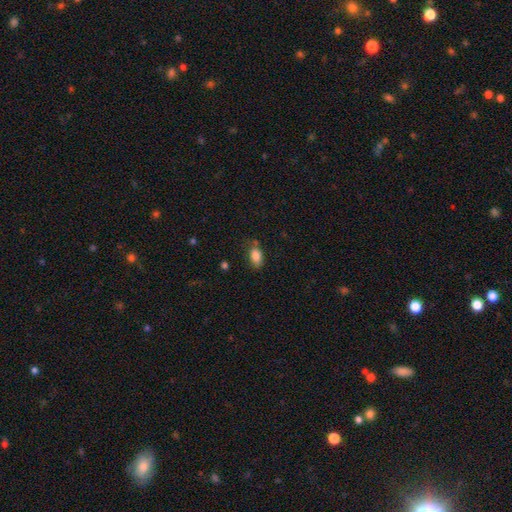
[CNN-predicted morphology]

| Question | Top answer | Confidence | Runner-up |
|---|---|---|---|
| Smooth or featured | smooth | 85% | star or artifact (9%) |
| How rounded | in between | 89% | round (8%) |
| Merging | none | 65% | minor disturbance (25%) |